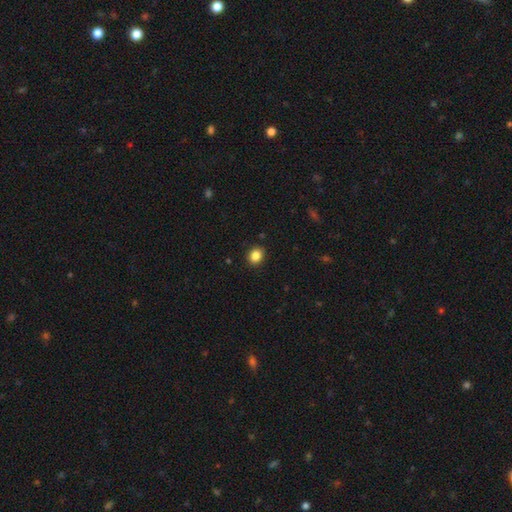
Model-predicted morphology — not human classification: Smooth or featured: smooth — 86% (star or artifact — 10%)
How rounded: round — 67% (in between — 32%)
Merging: none — 91% (minor disturbance — 7%)